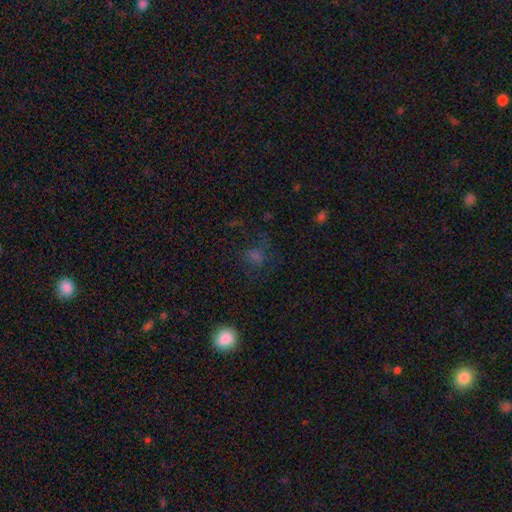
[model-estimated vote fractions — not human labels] The model was most divided on "smooth or featured": smooth: 51%, star or artifact: 34%, featured or disk: 15%. More confident: how rounded — round (66%); merging — none (61%).